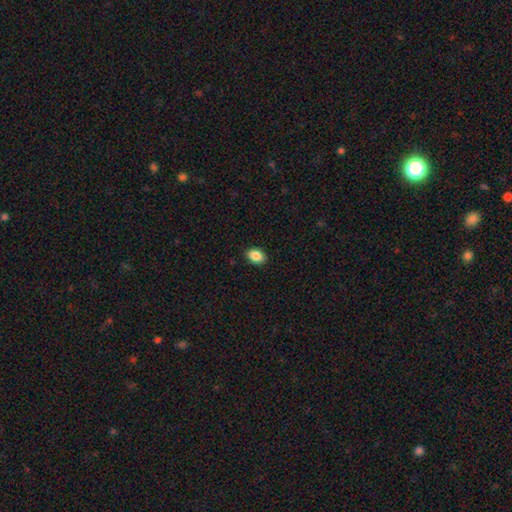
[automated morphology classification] This is clearly a smooth galaxy (88%). How rounded: likely in between (78%). Merging: clearly none (90%).